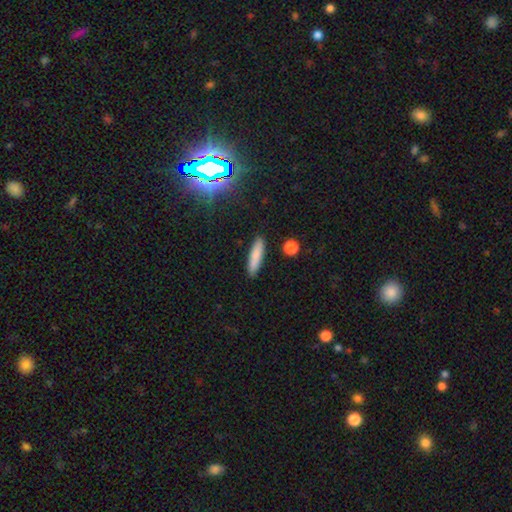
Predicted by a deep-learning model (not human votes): smooth 82%, featured or disk 10%, star or artifact 7%. Down the decision tree: how rounded — cigar-shaped (79%); merging — none (89%).